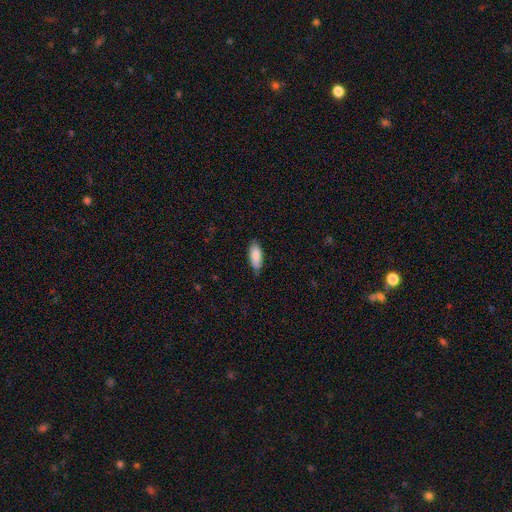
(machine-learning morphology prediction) Smooth or featured?
  - smooth: 84% *
  - featured or disk: 10%
  - star or artifact: 6%
How rounded?
  - in between: 79% *
  - cigar-shaped: 19%
  - round: 2%
Merging?
  - none: 75% *
  - minor disturbance: 20%
  - major disturbance: 3%
  - merger: 1%